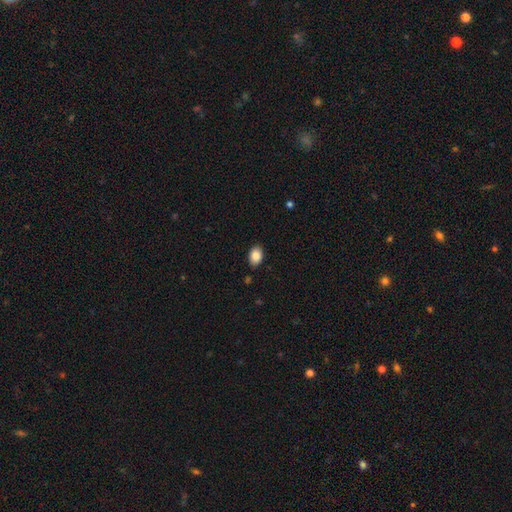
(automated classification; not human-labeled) A smooth galaxy with no disk features (86%) that is in between round and cigar-shaped (84%). Merging: none (87%).